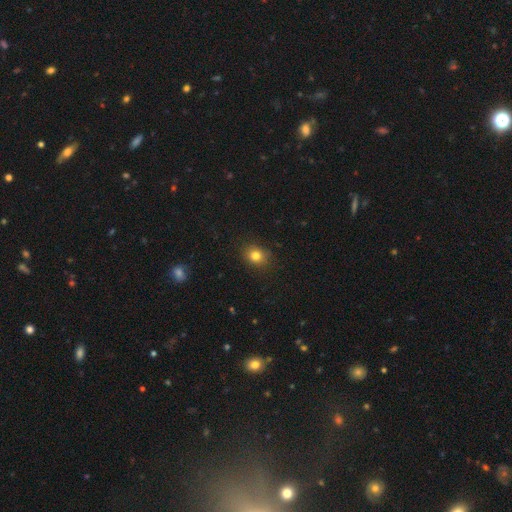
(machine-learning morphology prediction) smooth 81%, star or artifact 12%, featured or disk 7%. Down the decision tree: how rounded — round (61%); merging — none (87%).